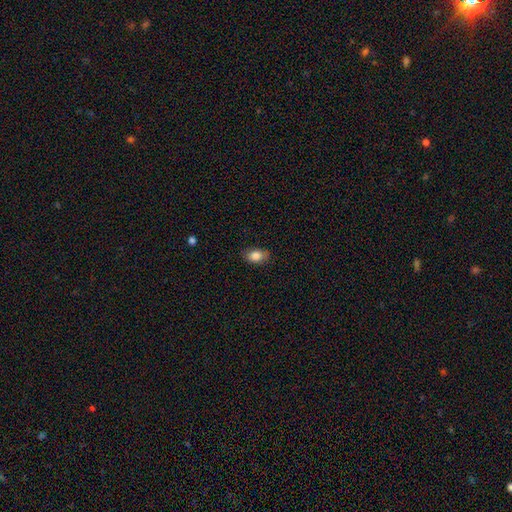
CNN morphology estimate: smooth-or-featured: smooth: 84% | star or artifact: 8% | featured or disk: 8%
  how-rounded: in between: 82% | round: 16% | cigar-shaped: 2%
  merging: none: 81% | minor disturbance: 15% | major disturbance: 3% | merger: 1%